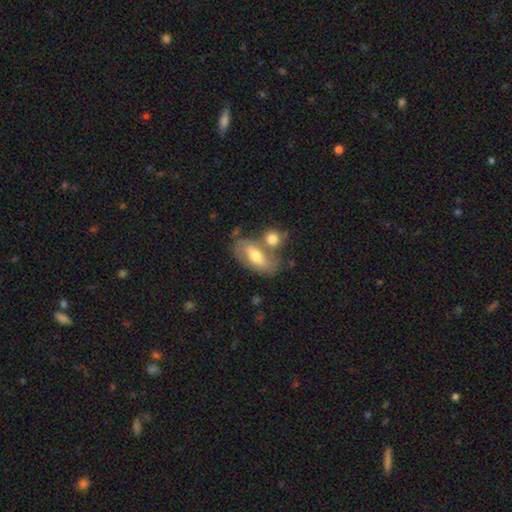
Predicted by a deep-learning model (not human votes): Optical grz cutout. It shows a smooth galaxy with no disk features (59%) that is in between round and cigar-shaped (86%). Merging: none (49%).